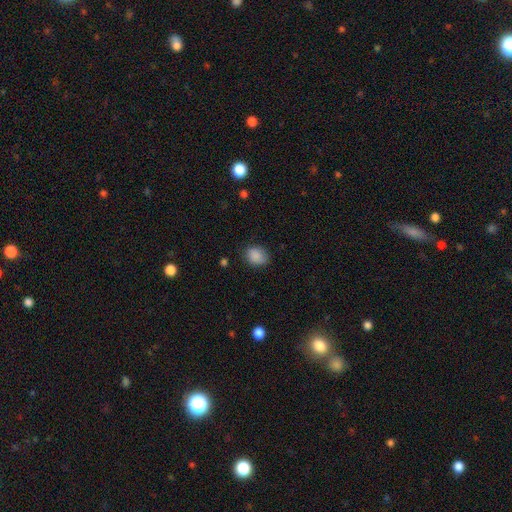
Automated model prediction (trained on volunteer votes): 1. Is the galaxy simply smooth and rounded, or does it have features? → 87% smooth, 8% star or artifact, 4% featured or disk.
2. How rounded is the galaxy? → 51% in between, 48% round, 1% cigar-shaped.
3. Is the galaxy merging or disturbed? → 76% none, 19% minor disturbance, 4% major disturbance, 1% merger.